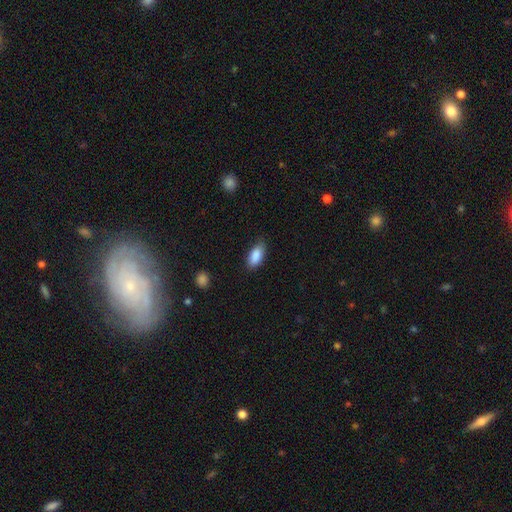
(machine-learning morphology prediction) Smooth or featured: smooth — 88% (star or artifact — 7%)
How rounded: in between — 88% (cigar-shaped — 9%)
Merging: none — 79% (minor disturbance — 16%)